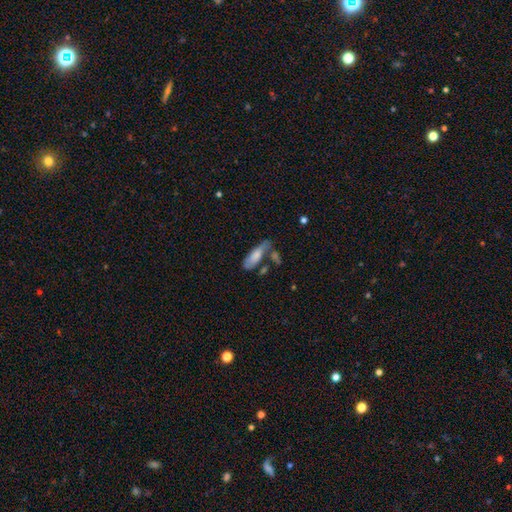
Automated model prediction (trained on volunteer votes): Overall: smooth (71%). How rounded: in between (54%; cigar-shaped 44%). Merging: none (43%; minor disturbance 24%).